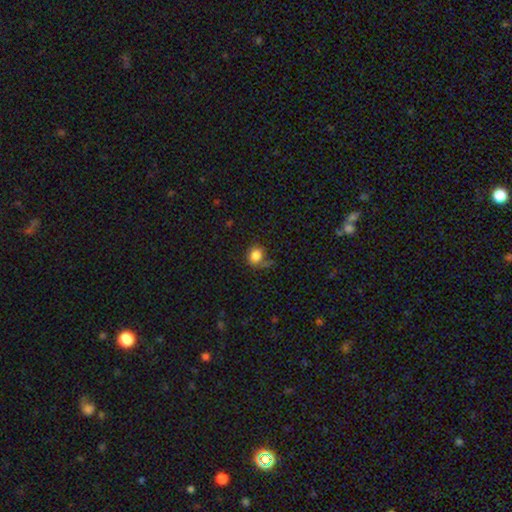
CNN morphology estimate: A smooth galaxy with no disk features (82%) that is round (70%).

Vote fractions:
- Smooth or featured? smooth: 82% / star or artifact: 10% / featured or disk: 8%
- How rounded? round: 70% / in between: 29% / cigar-shaped: 1%
- Merging? none: 56% / minor disturbance: 24% / major disturbance: 13% / merger: 6%